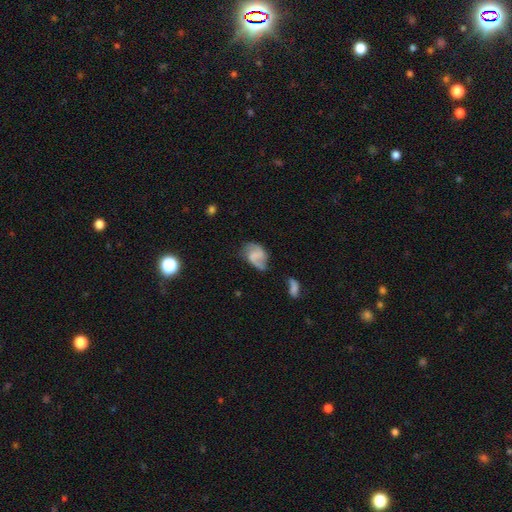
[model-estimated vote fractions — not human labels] A featured or disk galaxy (64%) with a weak bar (44%), 2 (82%) loose (50%) spiral arms (87%) and no central bulge (62%).

Vote fractions:
- Smooth or featured? featured or disk: 64% / smooth: 28% / star or artifact: 8%
- Edge-on disk? no: 97% / yes: 3%
- Bar? weak: 44% / no: 40% / strong: 17%
- Spiral arms? yes: 87% / no: 13%
- Spiral winding? loose: 50% / medium: 37% / tight: 13%
- Spiral arm count? 2: 82% / 1: 8% / can't tell: 7% / 3: 1% / 4: 1% / more than 4: 1%
- Bulge size? none: 62% / small: 19% / moderate: 13% / large: 4% / dominant: 2%
- Merging? none: 47% / minor disturbance: 28% / major disturbance: 18% / merger: 7%